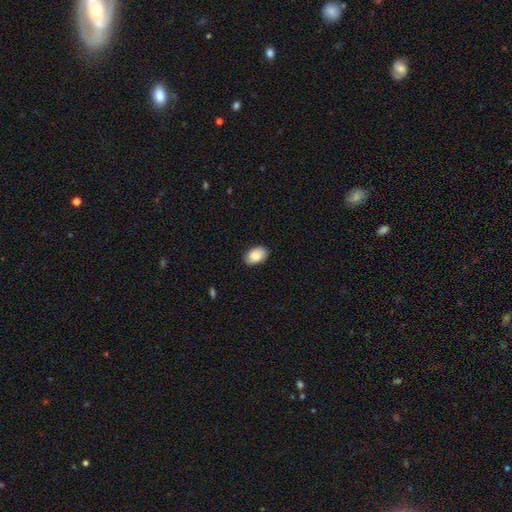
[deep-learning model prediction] Smooth or featured?
  - smooth: 84% *
  - featured or disk: 10%
  - star or artifact: 6%
How rounded?
  - in between: 91% *
  - round: 8%
  - cigar-shaped: 1%
Merging?
  - none: 85% *
  - minor disturbance: 12%
  - major disturbance: 2%
  - merger: 1%